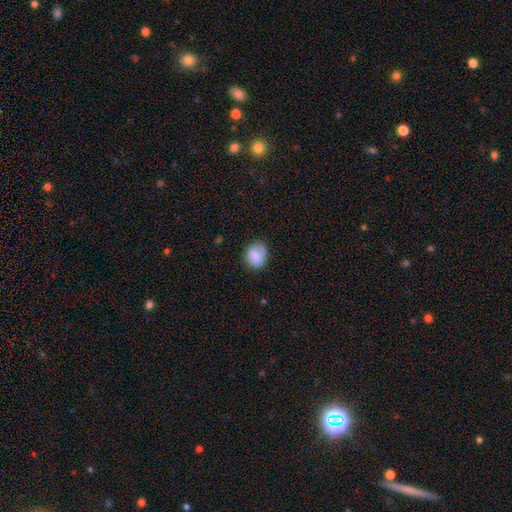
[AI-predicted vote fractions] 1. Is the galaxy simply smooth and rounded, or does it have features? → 83% smooth, 9% featured or disk, 7% star or artifact.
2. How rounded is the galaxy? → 56% round, 43% in between, 1% cigar-shaped.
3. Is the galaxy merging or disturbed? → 69% none, 24% minor disturbance, 6% major disturbance, 2% merger.